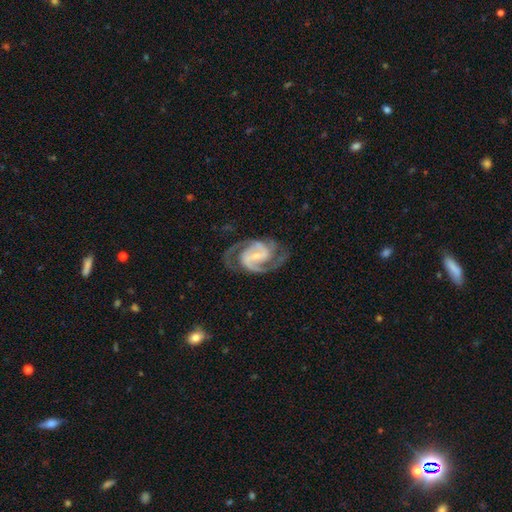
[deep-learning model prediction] Q: Smooth or featured?
A: featured or disk (93%); runner-up: star or artifact (4%)
Q: Edge-on disk?
A: no (98%); runner-up: yes (2%)
Q: Bar?
A: weak (44%); runner-up: strong (37%)
Q: Spiral arms?
A: yes (98%); runner-up: no (2%)
Q: Spiral winding?
A: medium (57%); runner-up: tight (34%)
Q: Spiral arm count?
A: 2 (87%); runner-up: 3 (6%)
Q: Bulge size?
A: small (64%); runner-up: moderate (25%)
Q: Merging?
A: none (75%); runner-up: minor disturbance (15%)